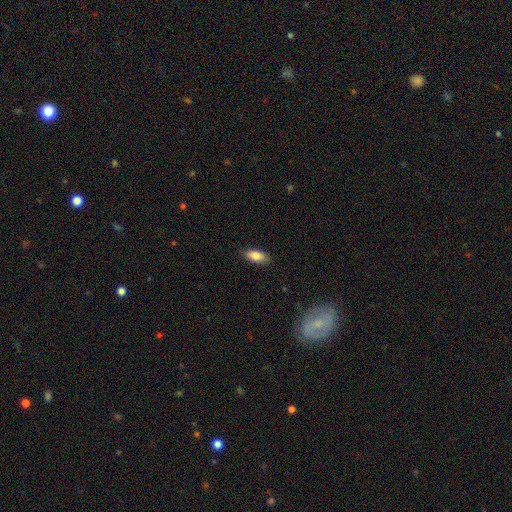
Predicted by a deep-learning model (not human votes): Smooth or featured: smooth — 83% (featured or disk — 10%)
How rounded: in between — 85% (cigar-shaped — 13%)
Merging: none — 86% (minor disturbance — 11%)